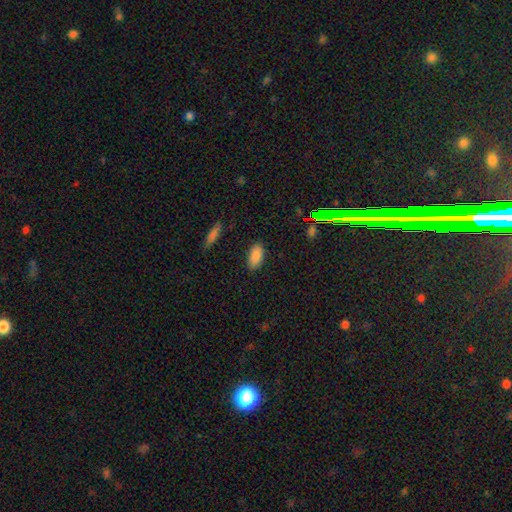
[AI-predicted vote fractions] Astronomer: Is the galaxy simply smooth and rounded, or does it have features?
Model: smooth — 85%.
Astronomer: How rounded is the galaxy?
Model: in between — 91%.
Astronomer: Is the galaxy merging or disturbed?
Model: none — 87%.